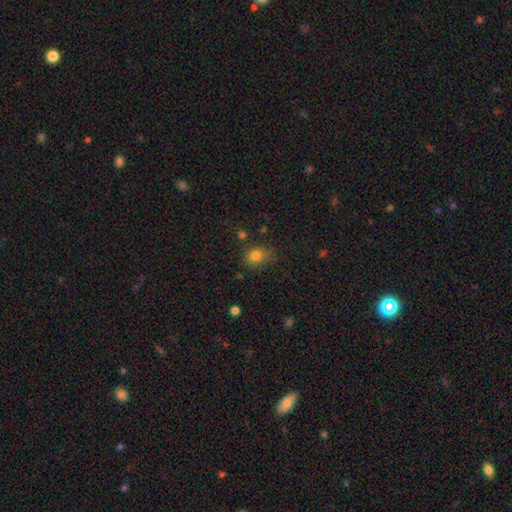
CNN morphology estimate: Overall: smooth (79%). How rounded: in between (51%; round 47%). Merging: none (68%).